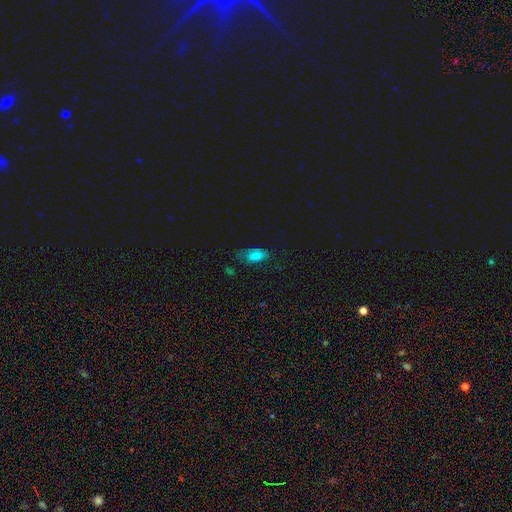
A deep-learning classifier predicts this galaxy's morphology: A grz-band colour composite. It shows a smooth galaxy with no disk features (65%) that is in between round and cigar-shaped (89%). Merging: none (50%).